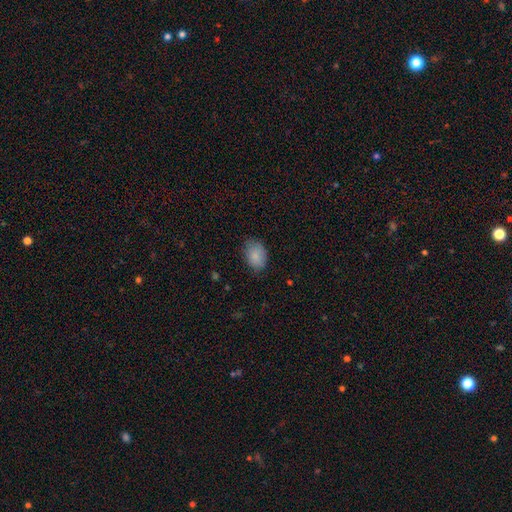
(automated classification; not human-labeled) Smooth or featured: smooth — 86% (star or artifact — 8%)
How rounded: in between — 77% (round — 22%)
Merging: none — 75% (minor disturbance — 20%)